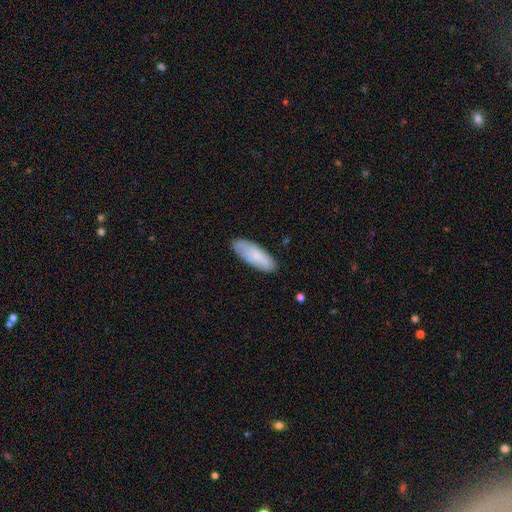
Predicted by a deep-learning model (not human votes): smooth-or-featured: smooth: 79% | featured or disk: 15% | star or artifact: 6%
  how-rounded: in between: 70% | cigar-shaped: 28% | round: 2%
  merging: none: 80% | minor disturbance: 16% | major disturbance: 3% | merger: 1%